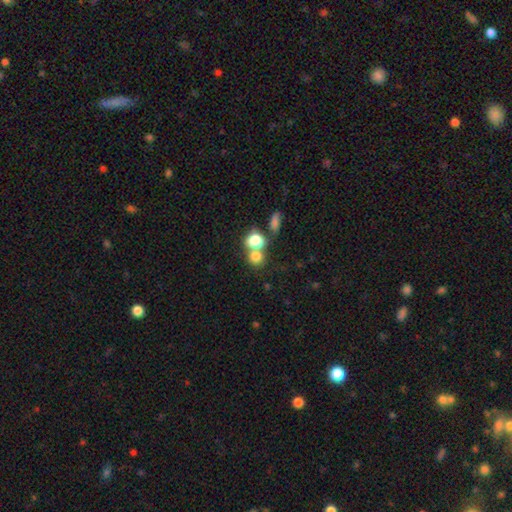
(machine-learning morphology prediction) smooth-or-featured: smooth: 76% | star or artifact: 14% | featured or disk: 10%
  how-rounded: round: 80% | in between: 18% | cigar-shaped: 1%
  merging: none: 46% | merger: 43% | minor disturbance: 7% | major disturbance: 4%